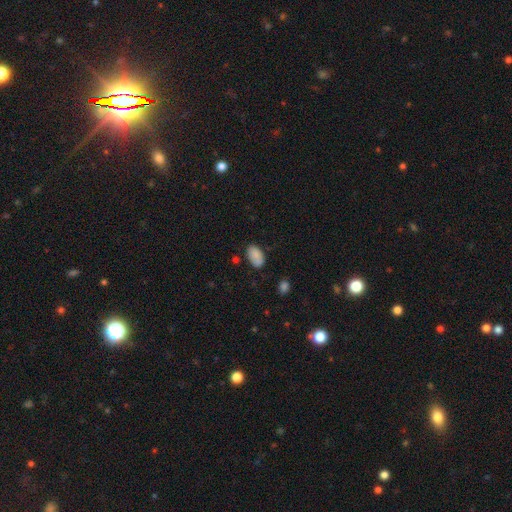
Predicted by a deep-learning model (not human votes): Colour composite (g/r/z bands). It shows a smooth galaxy with no disk features (86%) that is in between round and cigar-shaped (93%). Merging: none (72%).